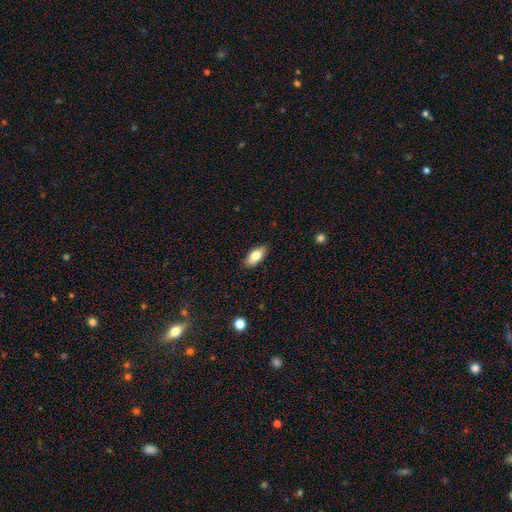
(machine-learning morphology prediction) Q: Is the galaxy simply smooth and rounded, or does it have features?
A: smooth — 77%.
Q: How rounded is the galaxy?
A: in between — 86%.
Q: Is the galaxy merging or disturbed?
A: none — 86%.